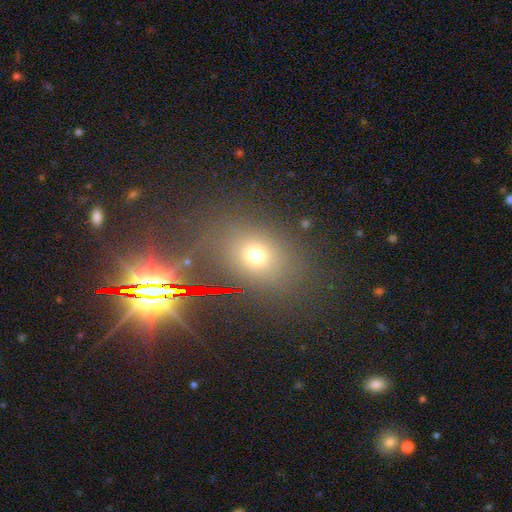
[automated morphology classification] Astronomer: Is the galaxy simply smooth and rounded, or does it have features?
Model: smooth — 59%.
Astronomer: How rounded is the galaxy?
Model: in between — 57% (runner-up: round, 41%).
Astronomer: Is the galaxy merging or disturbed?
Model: none — 81%.